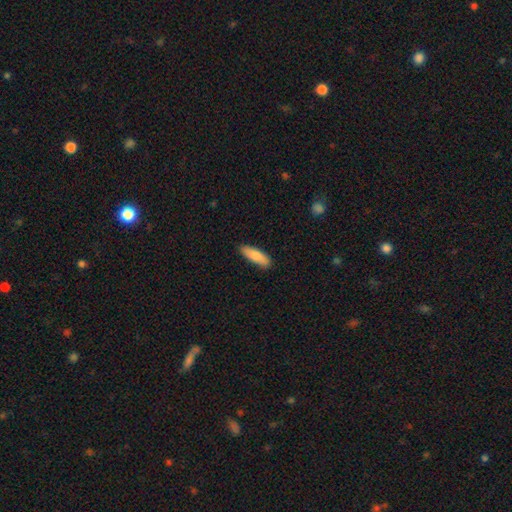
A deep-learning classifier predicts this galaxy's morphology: Smooth or featured?
  - smooth: 81% *
  - featured or disk: 13%
  - star or artifact: 6%
How rounded?
  - in between: 49% * (tied)
  - cigar-shaped: 49% * (tied)
  - round: 2%
Merging?
  - none: 86% *
  - minor disturbance: 11%
  - major disturbance: 2%
  - merger: 1%